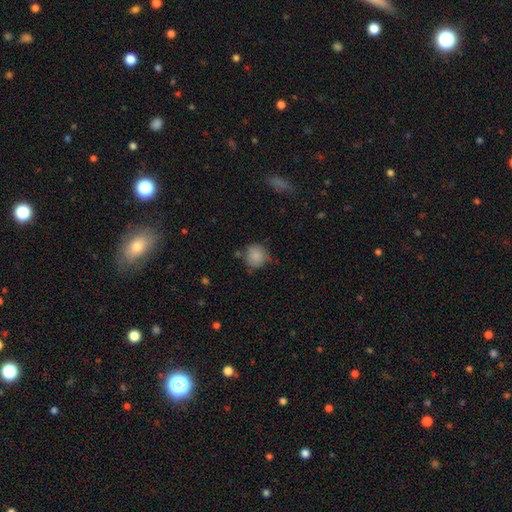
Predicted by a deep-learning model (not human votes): Smooth or featured? smooth (86%)
How rounded? round (90%)
Merging? none (69%)